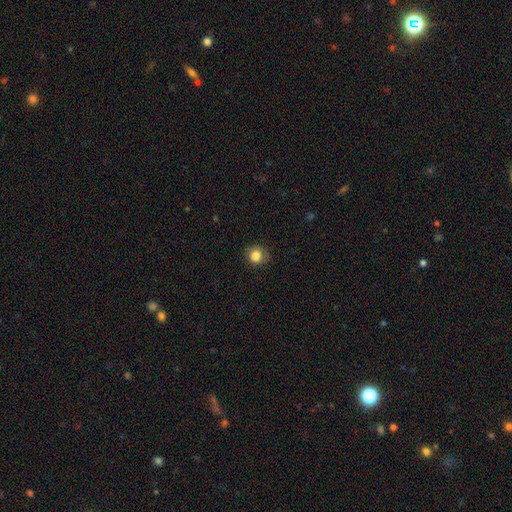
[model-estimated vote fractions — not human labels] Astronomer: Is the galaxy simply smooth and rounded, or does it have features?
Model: smooth — 85%.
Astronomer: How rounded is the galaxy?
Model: round — 86%.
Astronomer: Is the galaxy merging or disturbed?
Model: none — 85%.